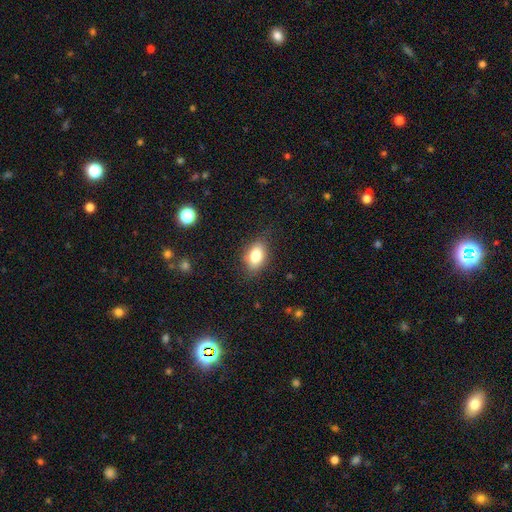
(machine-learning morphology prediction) Smooth or featured?
  - smooth: 78% *
  - featured or disk: 12%
  - star or artifact: 9%
How rounded?
  - in between: 82% *
  - round: 15%
  - cigar-shaped: 3%
Merging?
  - none: 79% *
  - minor disturbance: 16%
  - major disturbance: 4%
  - merger: 1%